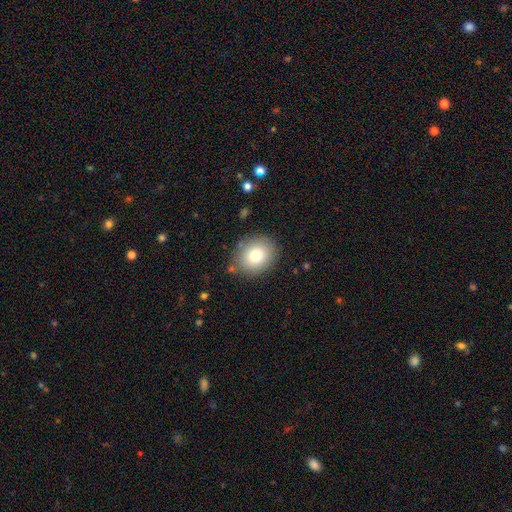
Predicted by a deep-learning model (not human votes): Morphology: type=smooth (78%); roundness=round (62%); merging=none (84%).